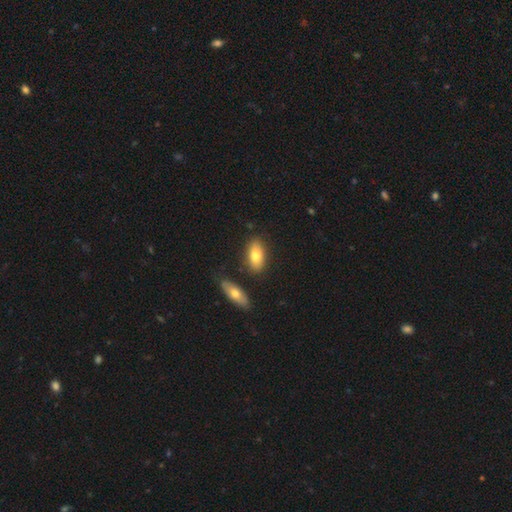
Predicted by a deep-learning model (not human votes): This is likely a smooth galaxy (78%). How rounded: clearly in between (89%). Merging: likely none (80%).